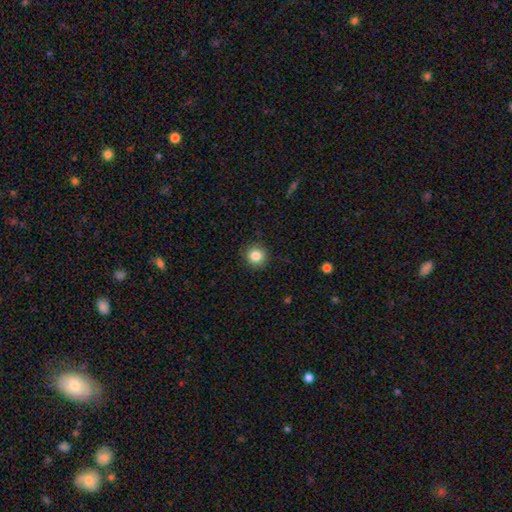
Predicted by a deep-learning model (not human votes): Smooth or featured?
  - smooth: 85% *
  - star or artifact: 10%
  - featured or disk: 5%
How rounded?
  - round: 94% *
  - in between: 5%
  - cigar-shaped: 1%
Merging?
  - none: 91% *
  - minor disturbance: 6%
  - major disturbance: 2%
  - merger: 1%